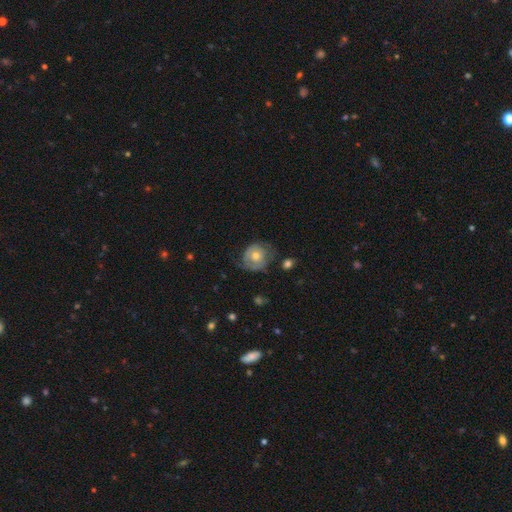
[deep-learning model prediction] This is possibly a featured or disk galaxy (53%). It is clearly not viewed edge-on (97%). Bar: clearly no (84%). Spiral arm pattern: likely yes (61%). Central bulge: likely moderate (65%). Merging: possibly none (49%).